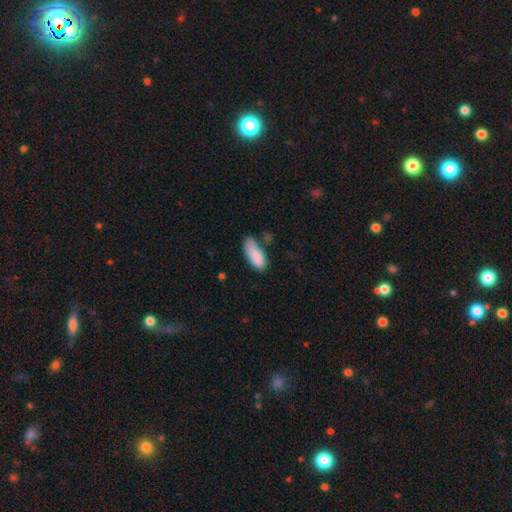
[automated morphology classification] A smooth galaxy with no disk features (87%) that is in between round and cigar-shaped (77%). Merging: none (53%).